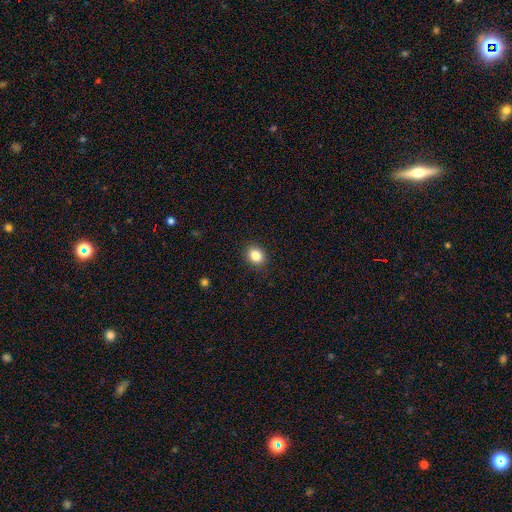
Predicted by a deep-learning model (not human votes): Morphology: type=smooth (85%); roundness=round (53%); merging=none (89%).